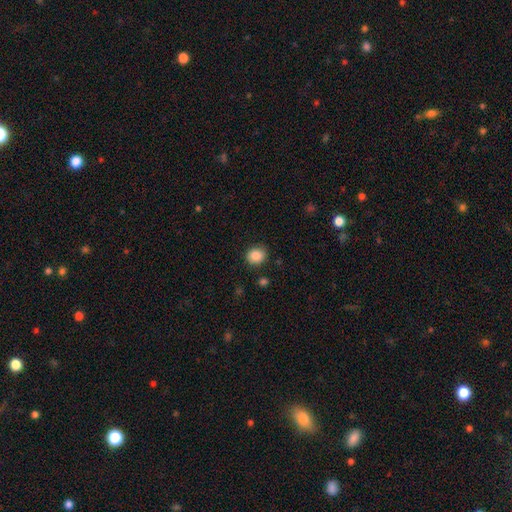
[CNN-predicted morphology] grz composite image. It shows a smooth galaxy with no disk features (86%) that is round (70%). Merging: none (86%).